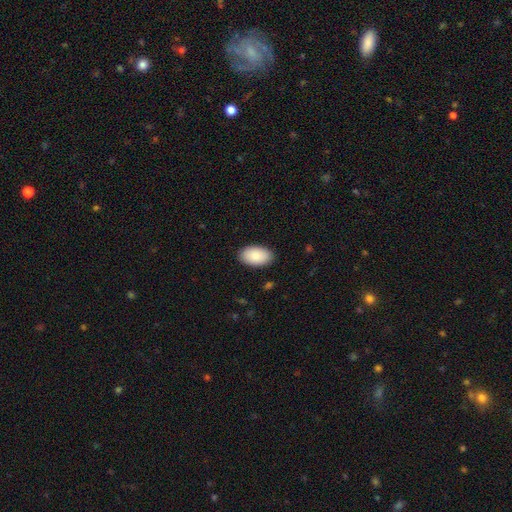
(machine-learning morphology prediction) Smooth or featured?
  - smooth: 87% *
  - featured or disk: 7%
  - star or artifact: 6%
How rounded?
  - in between: 95% *
  - round: 4%
  - cigar-shaped: 1%
Merging?
  - none: 88% *
  - minor disturbance: 9%
  - major disturbance: 2%
  - merger: 1%